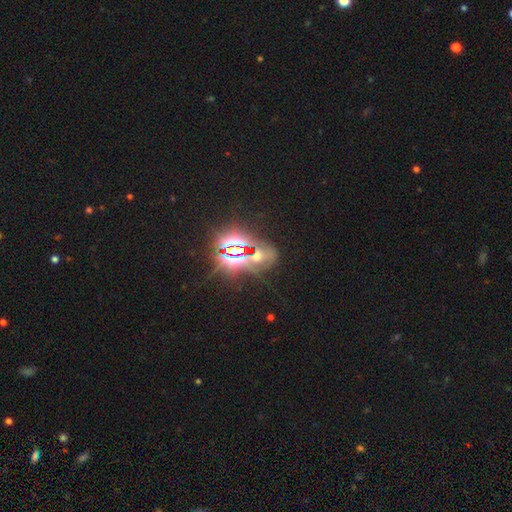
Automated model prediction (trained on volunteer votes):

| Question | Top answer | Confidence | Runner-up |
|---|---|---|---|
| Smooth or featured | star or artifact | 70% | smooth (17%) |